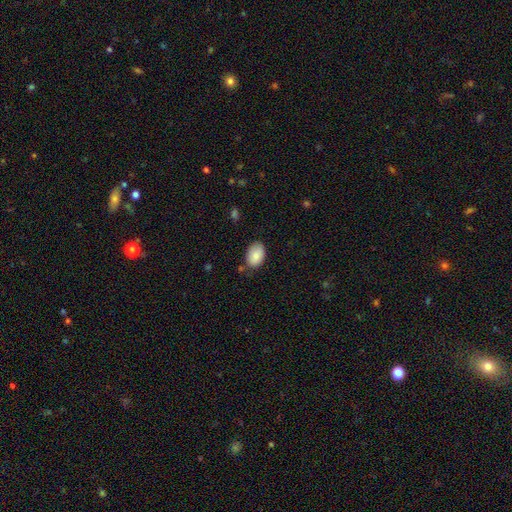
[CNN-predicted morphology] smooth-or-featured: smooth: 84% | featured or disk: 9% | star or artifact: 7%
  how-rounded: in between: 89% | round: 10% | cigar-shaped: 1%
  merging: none: 75% | minor disturbance: 18% | major disturbance: 3% | merger: 3%